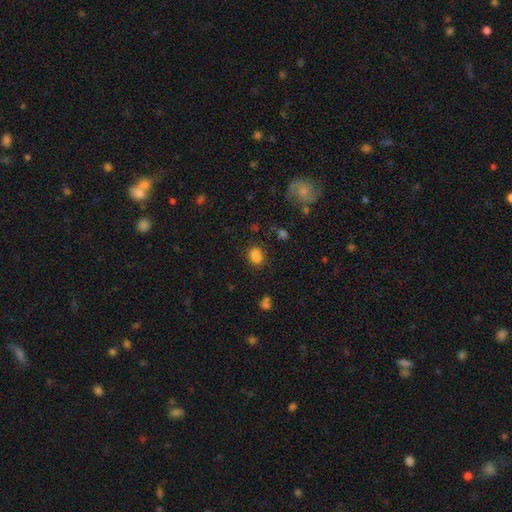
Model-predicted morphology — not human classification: Smooth or featured? Predicted: smooth (p=0.83). How rounded? Predicted: in between (p=0.67). Merging? Predicted: none (p=0.74).